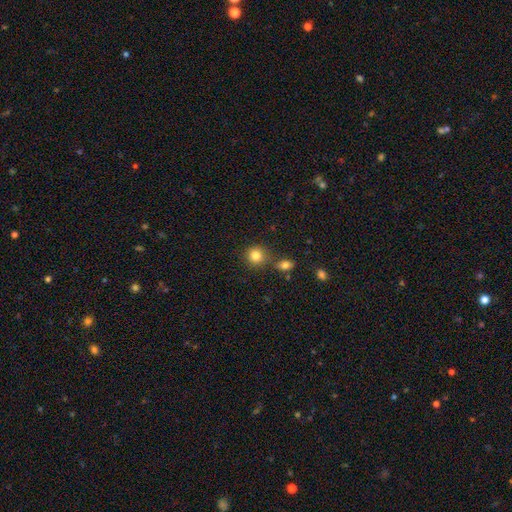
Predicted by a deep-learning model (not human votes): Smooth or featured?
  - smooth: 83% *
  - star or artifact: 11%
  - featured or disk: 6%
How rounded?
  - round: 89% *
  - in between: 10%
  - cigar-shaped: 1%
Merging?
  - none: 74% *
  - merger: 13%
  - minor disturbance: 9%
  - major disturbance: 3%